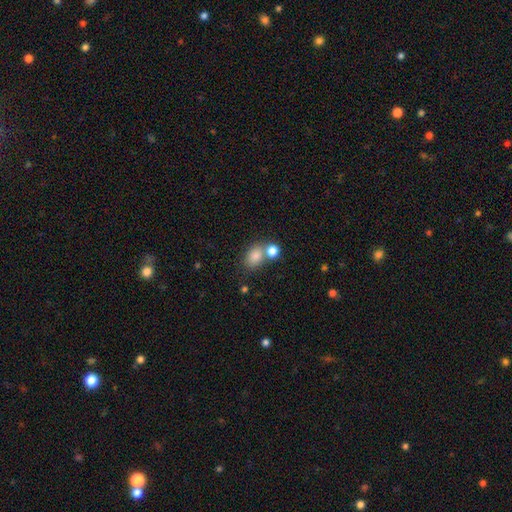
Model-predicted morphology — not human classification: The model was most divided on "merging": none: 48%, merger: 35%, minor disturbance: 11%, major disturbance: 5%. More confident: smooth or featured — smooth (82%); how rounded — in between (64%).